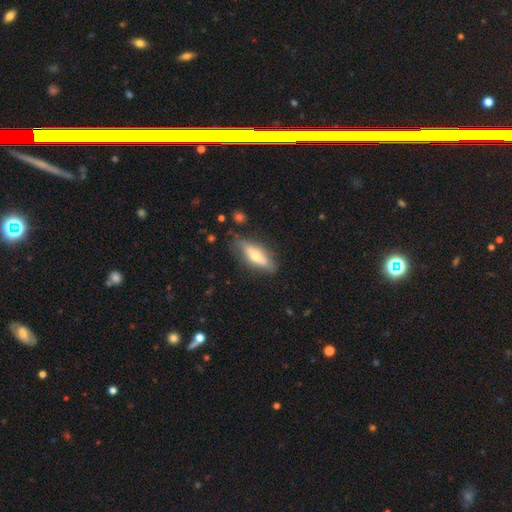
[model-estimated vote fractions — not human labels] Smooth or featured? smooth (49%)
Merging? none (78%)